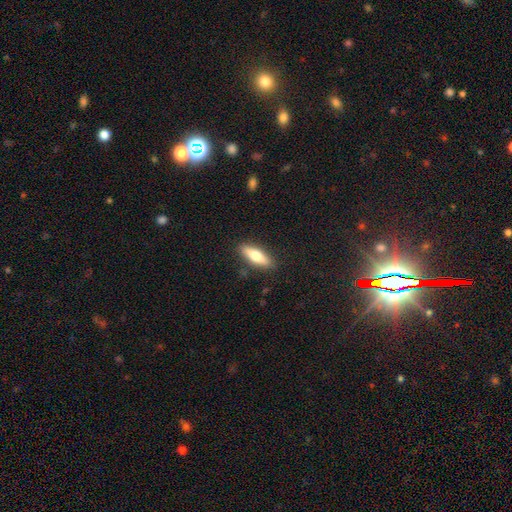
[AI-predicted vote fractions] Overall: smooth (66%; featured or disk 28%). How rounded: cigar-shaped (49%; in between 48%). Merging: none (87%).